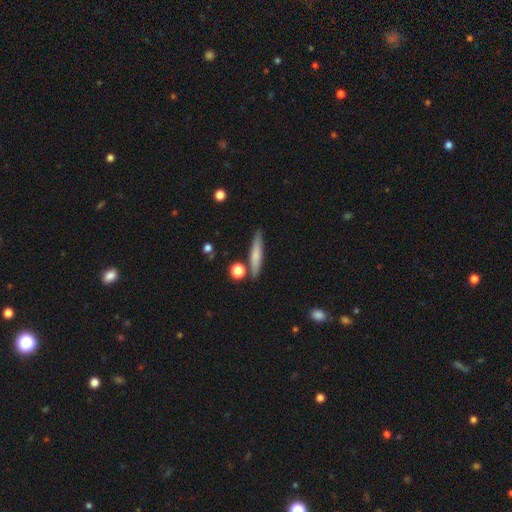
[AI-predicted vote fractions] This appears to be a smooth galaxy with no disk features (67%) that is cigar-shaped (90%). Merging: none (82%).